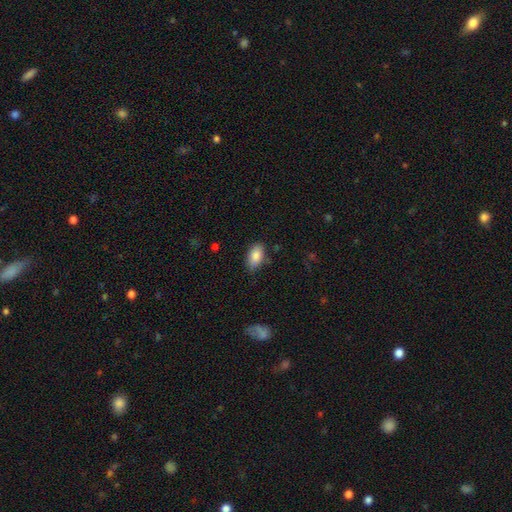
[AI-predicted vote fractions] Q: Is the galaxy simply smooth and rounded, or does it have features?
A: smooth — 85%.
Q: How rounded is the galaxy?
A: in between — 92%.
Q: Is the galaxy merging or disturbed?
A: none — 77%.